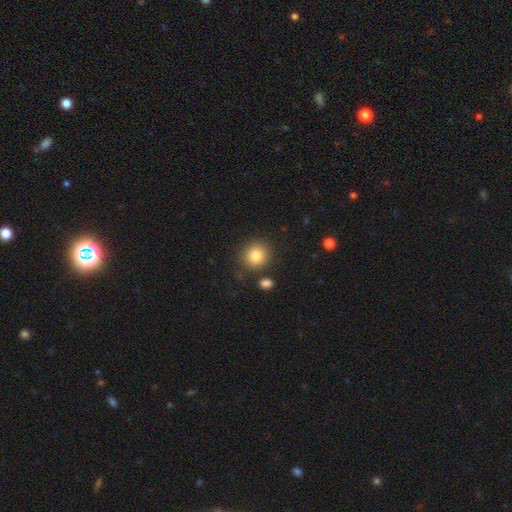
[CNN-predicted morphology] A smooth galaxy with no disk features (84%) that is round (89%). Merging: none (83%).